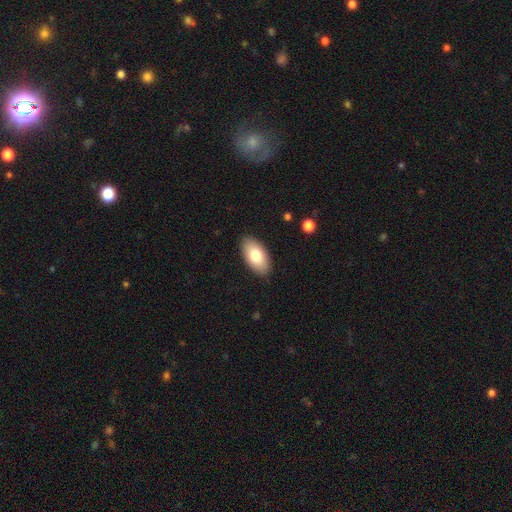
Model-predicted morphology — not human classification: smooth 78%, featured or disk 15%, star or artifact 6%. Down the decision tree: how rounded — in between (95%); merging — none (87%).